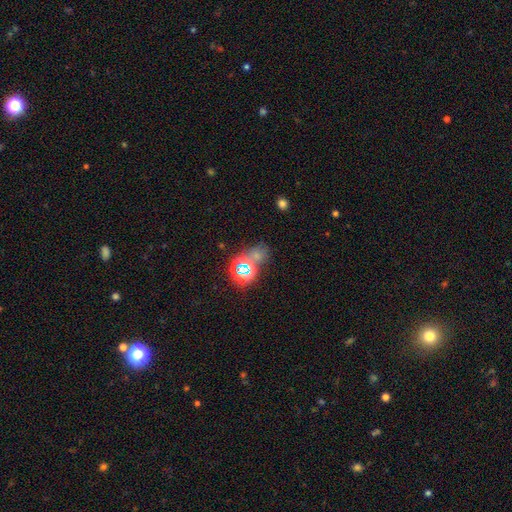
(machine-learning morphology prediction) Smooth or featured? Predicted: star or artifact (p=0.51).